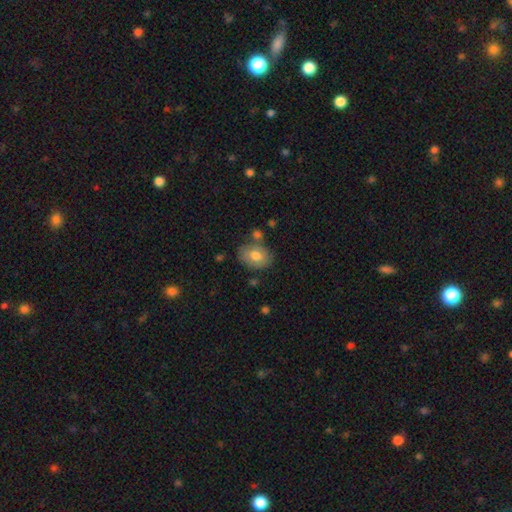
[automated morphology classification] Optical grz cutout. It shows a smooth galaxy with no disk features (74%) that is in between round and cigar-shaped (68%). Merging: none (69%).